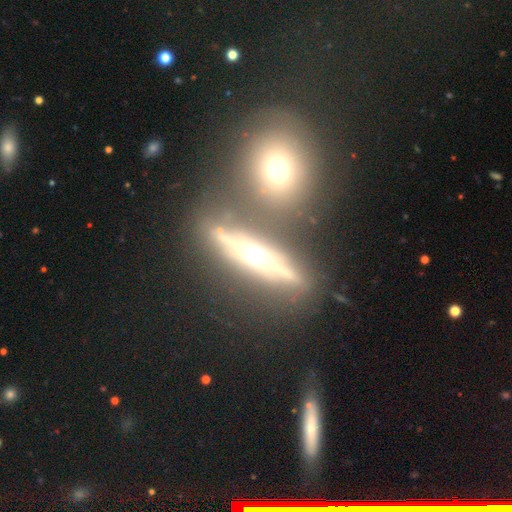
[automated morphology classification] Q: Smooth or featured?
A: featured or disk (74%); runner-up: smooth (17%)
Q: Edge-on disk?
A: yes (89%); runner-up: no (11%)
Q: Edge-on bulge?
A: rounded (90%); runner-up: boxy (5%)
Q: Merging?
A: none (65%); runner-up: merger (18%)